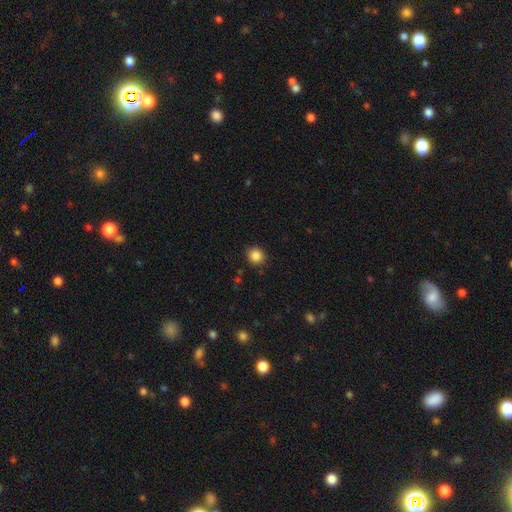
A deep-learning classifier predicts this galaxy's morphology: A smooth galaxy with no disk features (86%) that is round (88%).

Vote fractions:
- Smooth or featured? smooth: 86% / star or artifact: 11% / featured or disk: 4%
- How rounded? round: 88% / in between: 11% / cigar-shaped: 1%
- Merging? none: 88% / minor disturbance: 8% / major disturbance: 2% / merger: 1%